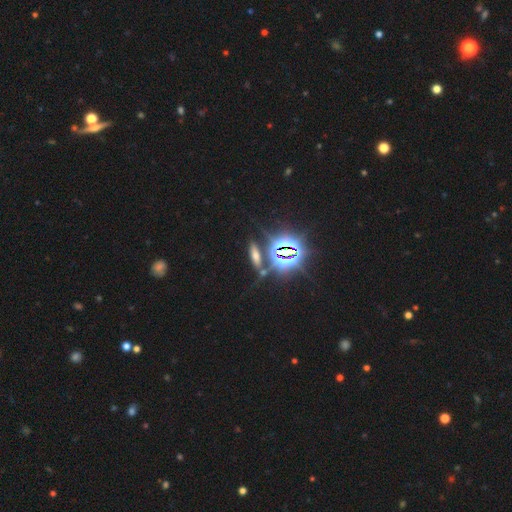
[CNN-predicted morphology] A star or artifact, not a galaxy (46%).